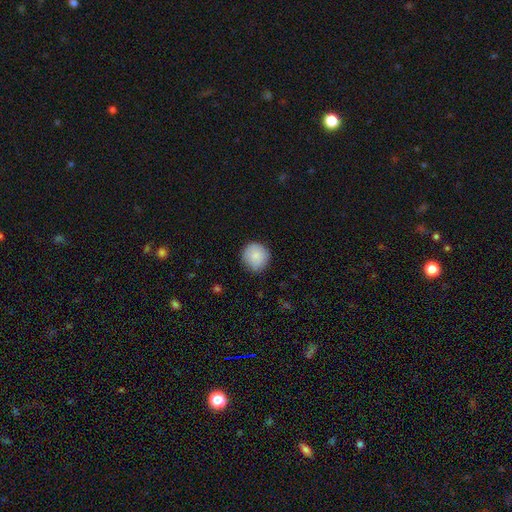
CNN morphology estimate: type=smooth (87%); roundness=round (94%); merging=none (86%).